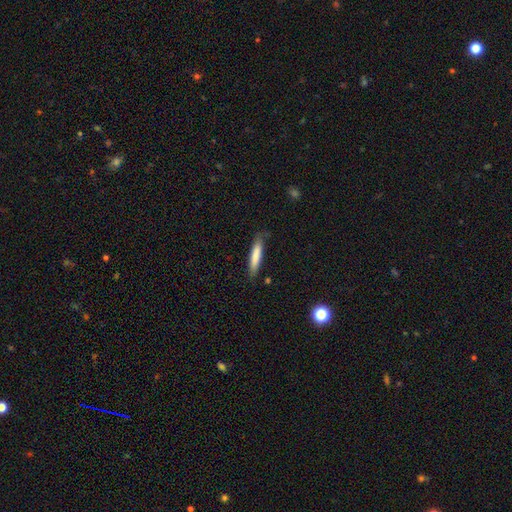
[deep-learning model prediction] A smooth galaxy with no disk features (79%) that is cigar-shaped (88%). Merging: none (80%).